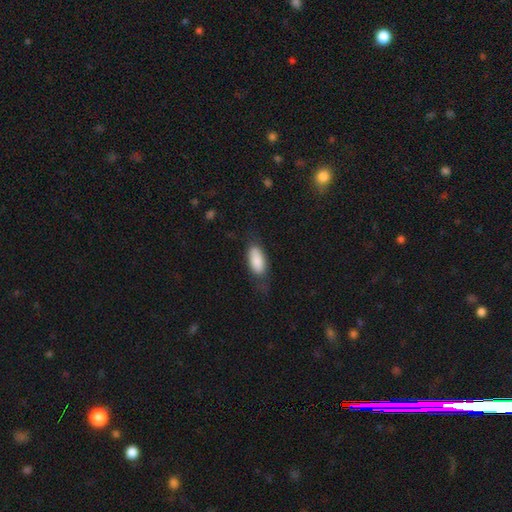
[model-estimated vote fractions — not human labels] This is clearly a smooth galaxy (85%). How rounded: clearly in between (86%). Merging: likely none (63%).